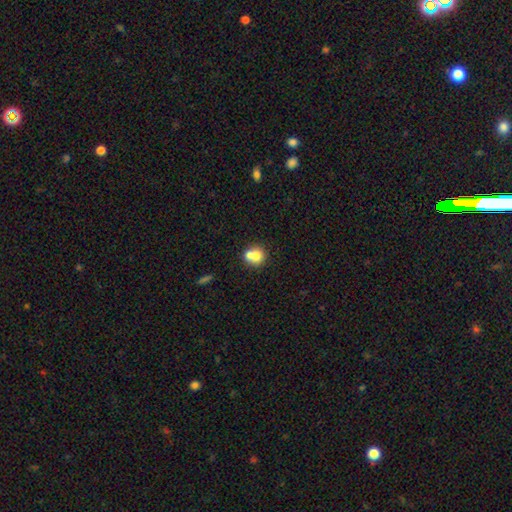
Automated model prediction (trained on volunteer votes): Morphology: type=smooth (73%); roundness=round (80%); merging=merger (51%).